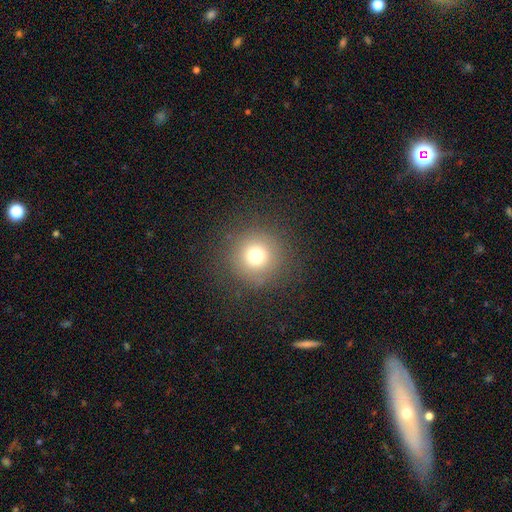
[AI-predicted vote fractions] Morphology: type=smooth (73%); roundness=round (95%); merging=none (87%).